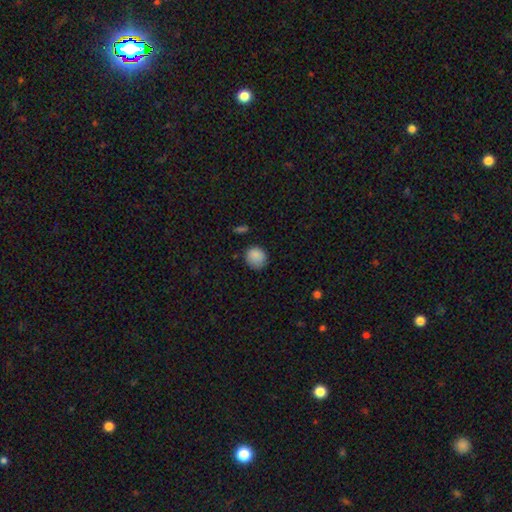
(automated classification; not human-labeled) Q: Smooth or featured?
A: smooth (87%); runner-up: star or artifact (9%)
Q: How rounded?
A: round (83%); runner-up: in between (16%)
Q: Merging?
A: none (76%); runner-up: minor disturbance (18%)